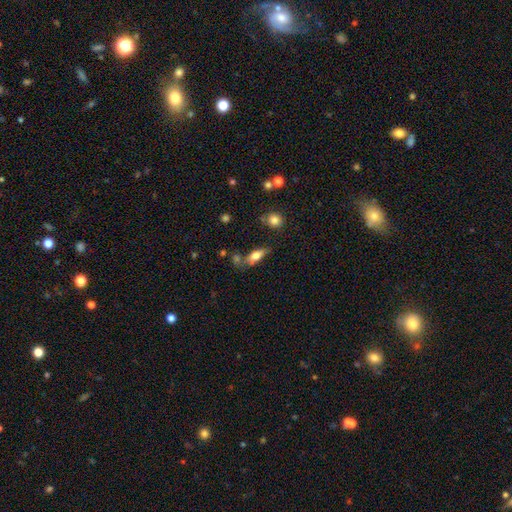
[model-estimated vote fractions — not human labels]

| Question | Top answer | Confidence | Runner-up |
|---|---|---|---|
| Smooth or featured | smooth | 68% | featured or disk (23%) |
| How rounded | in between | 69% | cigar-shaped (27%) |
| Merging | none | 56% | minor disturbance (20%) |